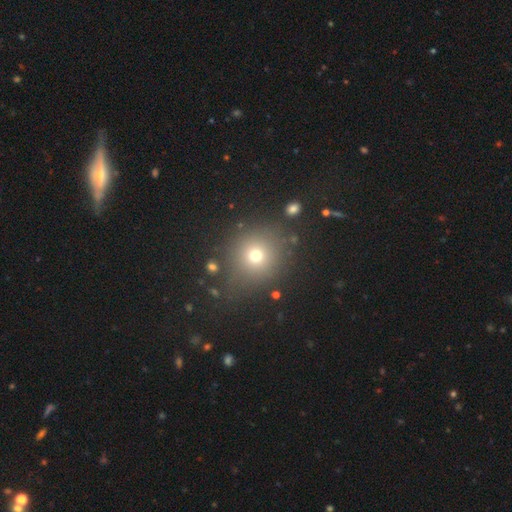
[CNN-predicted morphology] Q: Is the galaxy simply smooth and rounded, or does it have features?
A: smooth — 70%.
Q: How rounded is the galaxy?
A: round — 86%.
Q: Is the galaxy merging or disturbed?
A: none — 81%.